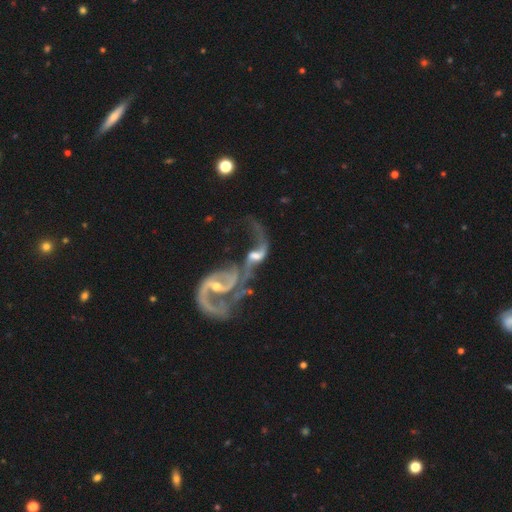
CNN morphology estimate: Smooth or featured?
  - featured or disk: 82% *
  - smooth: 11%
  - star or artifact: 7%
Edge-on disk?
  - no: 94% *
  - yes: 6%
Bar?
  - weak: 44% *
  - no: 33%
  - strong: 24%
Spiral arms?
  - yes: 90% *
  - no: 10%
Spiral winding?
  - loose: 77% *
  - medium: 18%
  - tight: 5%
Spiral arm count?
  - 2: 81% *
  - 1: 9%
  - can't tell: 5%
  - 3: 2%
  - 4: 1%
  - more than 4: 1%
Bulge size?
  - moderate: 49% *
  - small: 31%
  - large: 10%
  - none: 7%
  - dominant: 2%
Merging?
  - merger: 74% *
  - major disturbance: 11%
  - none: 9%
  - minor disturbance: 5%